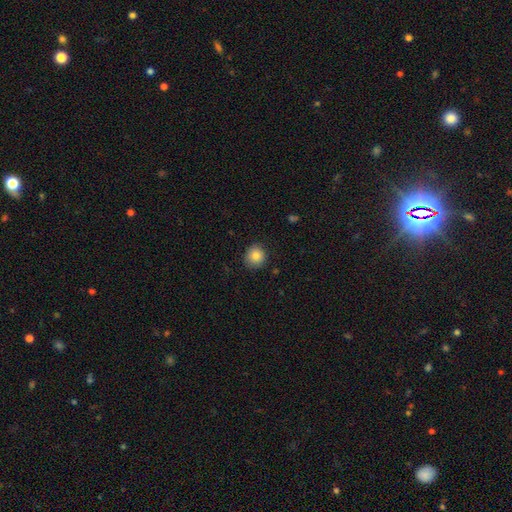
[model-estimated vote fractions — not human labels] This is clearly a smooth galaxy (83%). How rounded: clearly round (89%). Merging: clearly none (88%).